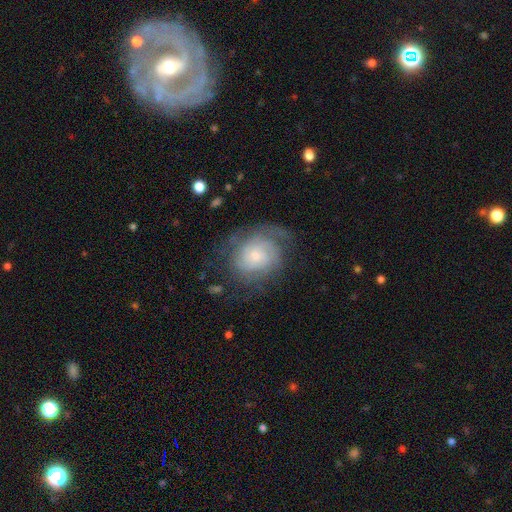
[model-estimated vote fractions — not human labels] Smooth or featured?
  - featured or disk: 67% *
  - smooth: 25%
  - star or artifact: 8%
Edge-on disk?
  - no: 97% *
  - yes: 3%
Bar?
  - no: 76% *
  - weak: 21%
  - strong: 3%
Spiral arms?
  - yes: 88% *
  - no: 12%
Spiral winding?
  - tight: 57% *
  - medium: 31%
  - loose: 12%
Spiral arm count?
  - can't tell: 45% *
  - 2: 24%
  - 3: 14%
  - 1: 7%
  - 4: 6%
  - more than 4: 4%
Bulge size?
  - small: 68% *
  - moderate: 24%
  - large: 3%
  - none: 3%
  - dominant: 1%
Merging?
  - none: 60% *
  - minor disturbance: 21%
  - major disturbance: 17%
  - merger: 2%